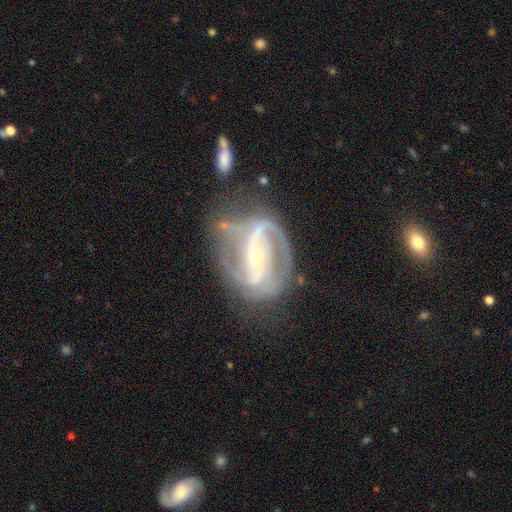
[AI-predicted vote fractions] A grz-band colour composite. It shows a featured or disk galaxy (88%) with a strong bar (49%), 2 (72%) medium (48%) spiral arms (93%) and a small central bulge (61%). Merging: none (49%).